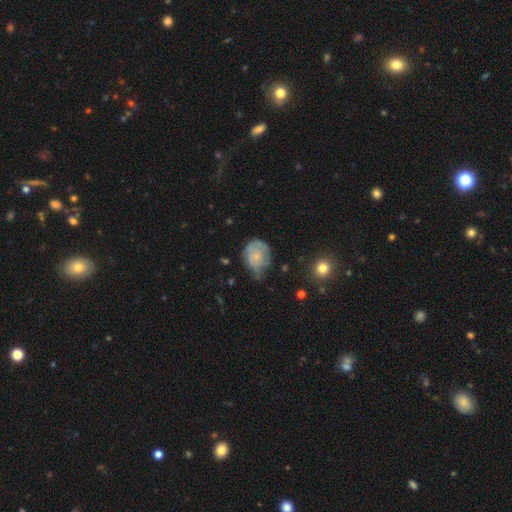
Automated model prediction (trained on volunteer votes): A featured or disk galaxy (49%). Merging: minor disturbance (40%).